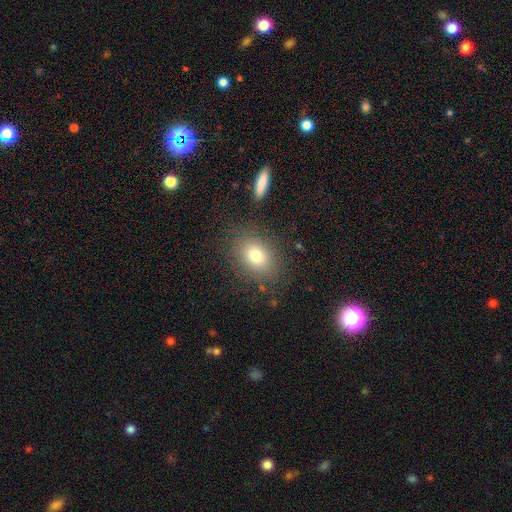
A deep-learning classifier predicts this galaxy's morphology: smooth_or_featured: smooth (p=0.76) [alt: featured or disk p=0.12]
how_rounded: in between (p=0.60) [alt: round p=0.39]
merging: none (p=0.82) [alt: minor disturbance p=0.11]